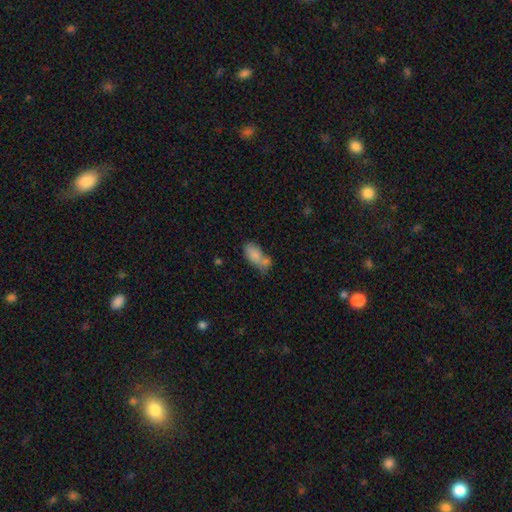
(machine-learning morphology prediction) Smooth or featured: smooth — 79% (featured or disk — 12%)
How rounded: in between — 88% (round — 6%)
Merging: merger — 47% (none — 29%)